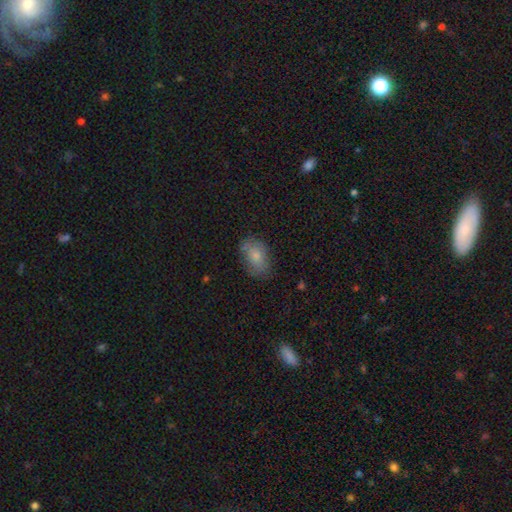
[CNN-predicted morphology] smooth-or-featured: smooth: 78% | featured or disk: 14% | star or artifact: 8%
  how-rounded: in between: 86% | round: 12% | cigar-shaped: 2%
  merging: none: 71% | minor disturbance: 22% | major disturbance: 5% | merger: 2%